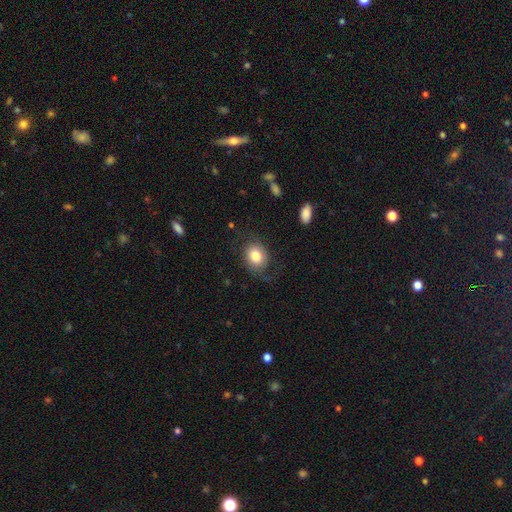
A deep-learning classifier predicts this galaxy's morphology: A smooth galaxy with no disk features (69%) that is round (51%).

Vote fractions:
- Smooth or featured? smooth: 69% / featured or disk: 23% / star or artifact: 8%
- How rounded? round: 51% / in between: 48% / cigar-shaped: 1%
- Merging? none: 69% / minor disturbance: 16% / major disturbance: 13% / merger: 1%